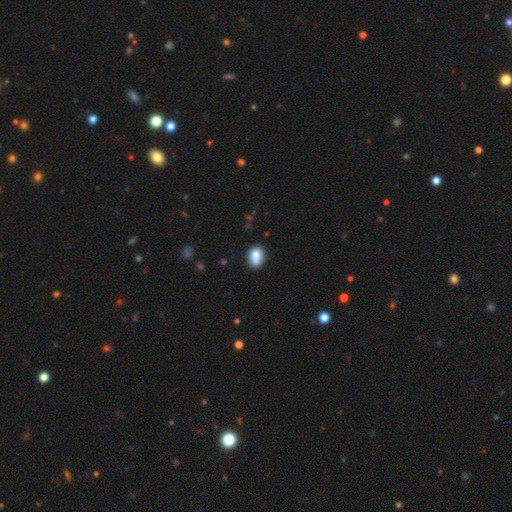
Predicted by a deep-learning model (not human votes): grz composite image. It shows a smooth galaxy with no disk features (82%) that is in between round and cigar-shaped (76%). Merging: none (74%).